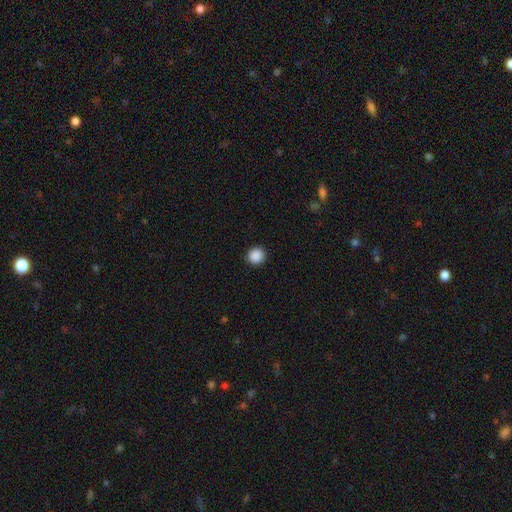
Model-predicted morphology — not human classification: This appears to be a smooth galaxy with no disk features (89%) that is round (93%). Merging: none (92%).